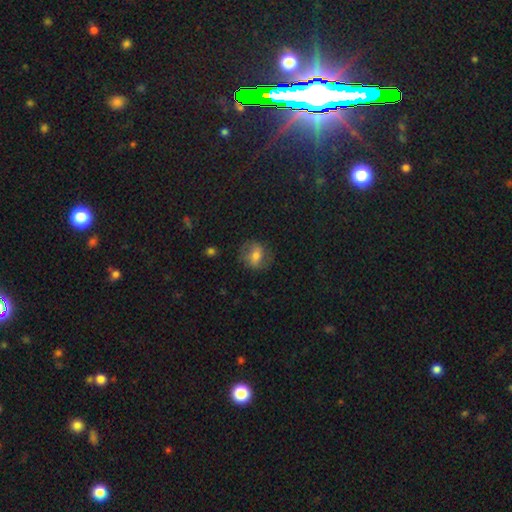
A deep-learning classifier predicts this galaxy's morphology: A smooth galaxy with no disk features (54%) that is round (55%). Merging: none (74%).